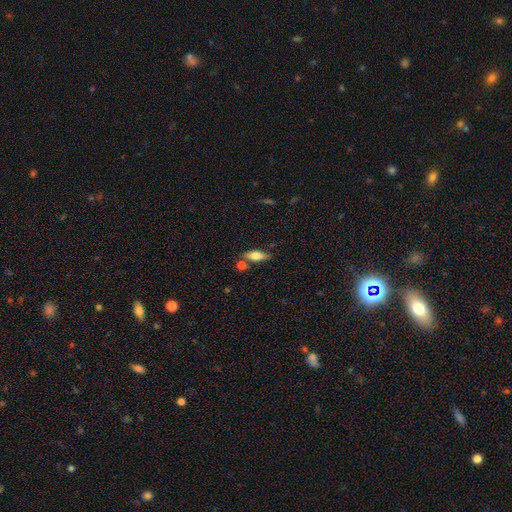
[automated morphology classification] smooth_or_featured: smooth (p=0.64) [alt: featured or disk p=0.28]
how_rounded: in between (p=0.59) [alt: cigar-shaped p=0.38]
merging: none (p=0.74) [alt: minor disturbance p=0.12]